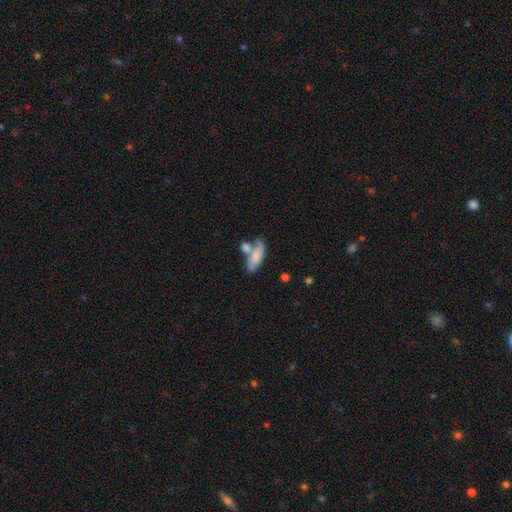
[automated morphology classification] This is likely a smooth galaxy (73%). How rounded: likely in between (72%). Merging: marginally none (38%).